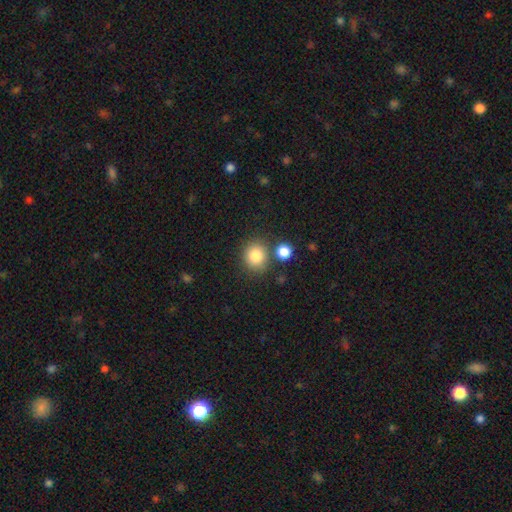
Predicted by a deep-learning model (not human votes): Q: Smooth or featured?
A: smooth (83%); runner-up: star or artifact (10%)
Q: How rounded?
A: round (82%); runner-up: in between (17%)
Q: Merging?
A: none (75%); runner-up: merger (12%)